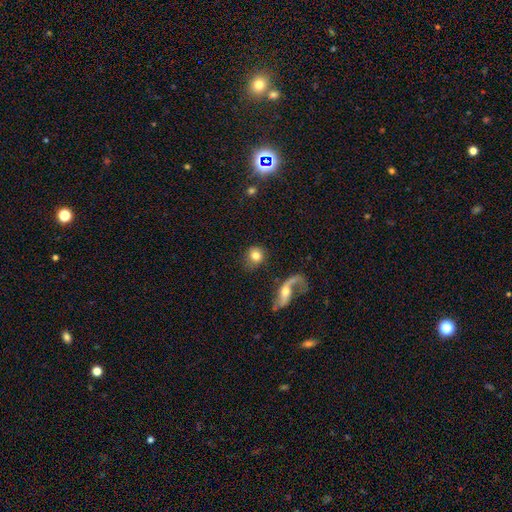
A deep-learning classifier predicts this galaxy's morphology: This is likely a smooth galaxy (76%). How rounded: clearly round (83%). Merging: likely none (71%).